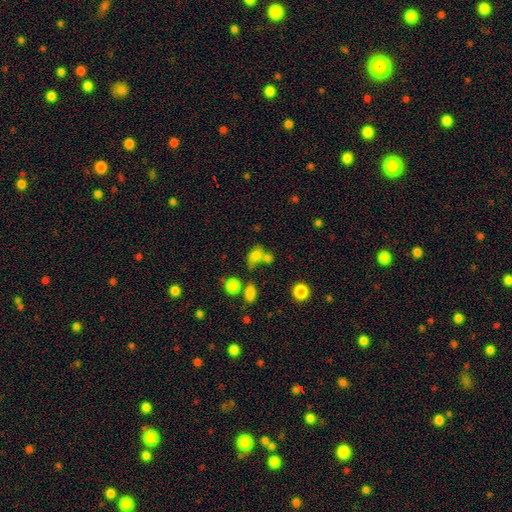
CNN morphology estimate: A smooth galaxy with no disk features (73%) that is in between round and cigar-shaped (67%).

Vote fractions:
- Smooth or featured? smooth: 73% / star or artifact: 15% / featured or disk: 12%
- How rounded? in between: 67% / round: 30% / cigar-shaped: 3%
- Merging? none: 38% / merger: 33% / minor disturbance: 17% / major disturbance: 12%